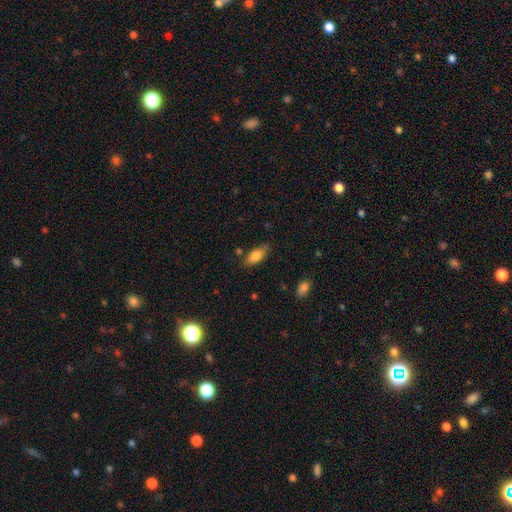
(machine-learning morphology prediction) smooth 78%, featured or disk 15%, star or artifact 7%. Down the decision tree: how rounded — in between (81%); merging — none (77%).